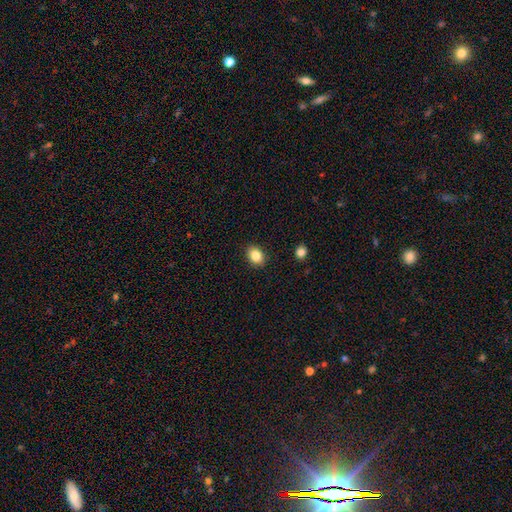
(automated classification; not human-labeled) This appears to be a smooth galaxy with no disk features (85%) that is in between round and cigar-shaped (60%). Merging: none (90%).